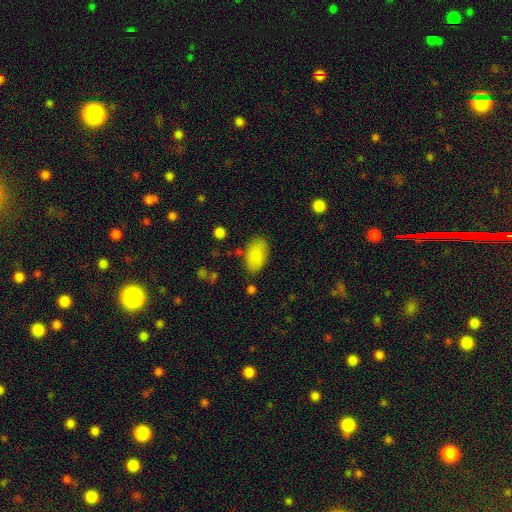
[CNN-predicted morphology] Smooth or featured?
  - smooth: 87% *
  - star or artifact: 7%
  - featured or disk: 6%
How rounded?
  - in between: 93% *
  - round: 5%
  - cigar-shaped: 2%
Merging?
  - none: 78% *
  - minor disturbance: 15%
  - major disturbance: 4%
  - merger: 3%